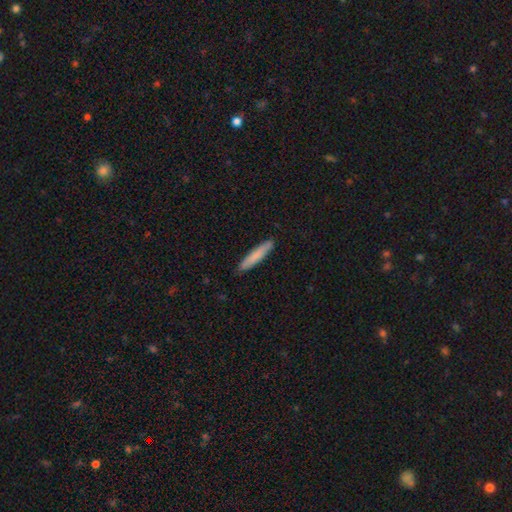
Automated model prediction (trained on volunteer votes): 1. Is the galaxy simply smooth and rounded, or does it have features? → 80% smooth, 14% featured or disk, 5% star or artifact.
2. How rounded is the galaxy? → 92% cigar-shaped, 7% in between, 1% round.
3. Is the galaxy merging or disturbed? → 90% none, 8% minor disturbance, 1% major disturbance, 1% merger.